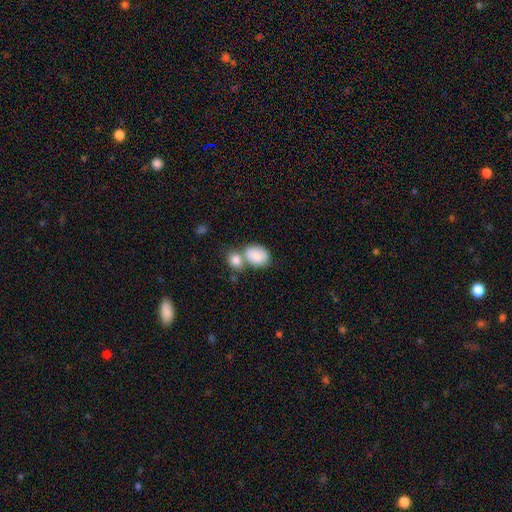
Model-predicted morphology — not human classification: The model was most divided on "merging": merger: 53%, none: 31%, minor disturbance: 11%, major disturbance: 5%. More confident: smooth or featured — smooth (81%); how rounded — in between (67%).